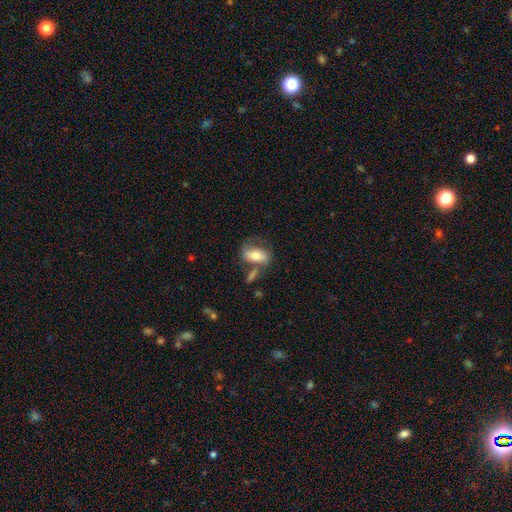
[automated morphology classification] smooth_or_featured: smooth (p=0.60) [alt: featured or disk p=0.33]
how_rounded: in between (p=0.85) [alt: round p=0.08]
merging: none (p=0.49) [alt: merger p=0.20]